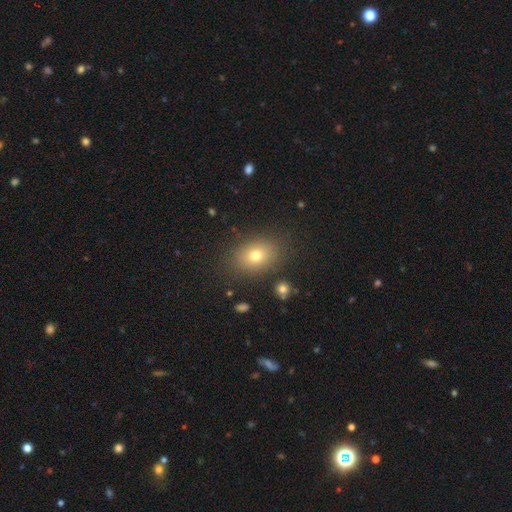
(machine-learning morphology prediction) Smooth or featured? Predicted: smooth (p=0.73). How rounded? Predicted: in between (p=0.67). Merging? Predicted: none (p=0.85).